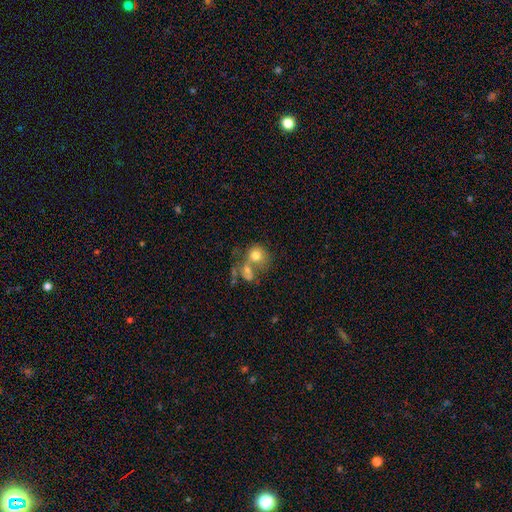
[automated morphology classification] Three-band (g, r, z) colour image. It shows a smooth galaxy with no disk features (71%) that is round (69%). Merging: merger (52%).